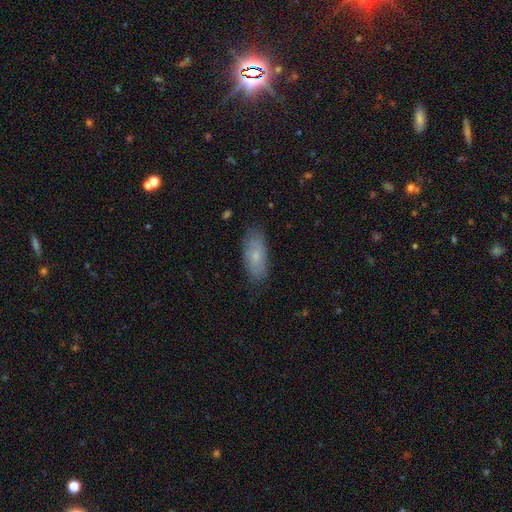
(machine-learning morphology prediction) This appears to be a smooth galaxy with no disk features (69%) that is in between round and cigar-shaped (79%). Merging: none (81%).